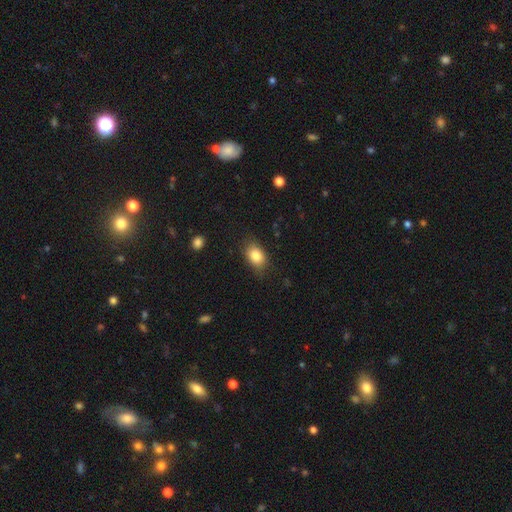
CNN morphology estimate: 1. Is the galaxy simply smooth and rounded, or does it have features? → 84% smooth, 8% star or artifact, 8% featured or disk.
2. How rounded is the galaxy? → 81% in between, 17% round, 2% cigar-shaped.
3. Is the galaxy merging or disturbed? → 80% none, 15% minor disturbance, 4% major disturbance, 1% merger.